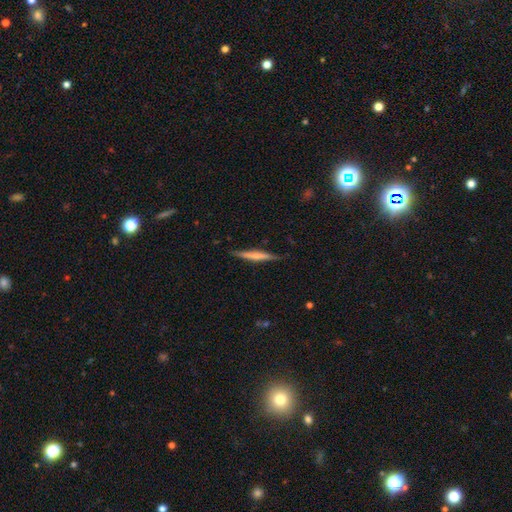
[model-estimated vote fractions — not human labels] A featured or disk galaxy (51%) viewed edge-on (96%). Merging: none (85%).